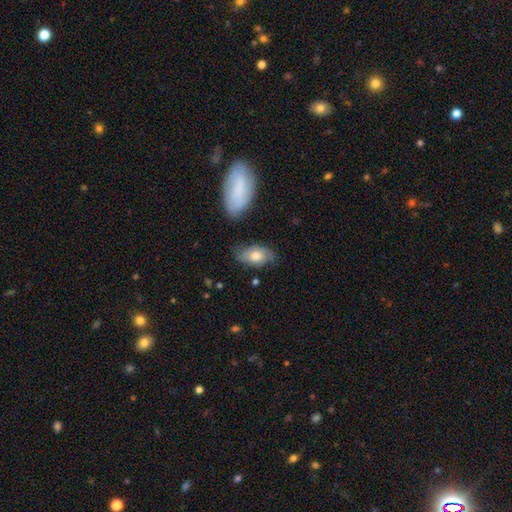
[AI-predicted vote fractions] Smooth or featured? Predicted: smooth (p=0.59). How rounded? Predicted: in between (p=0.90). Merging? Predicted: none (p=0.64).